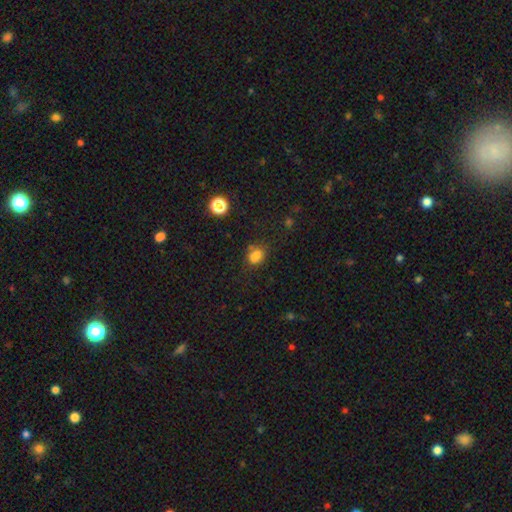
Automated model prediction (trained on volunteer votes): Smooth or featured: smooth — 71% (star or artifact — 18%)
How rounded: round — 58% (in between — 41%)
Merging: none — 49% (merger — 26%)